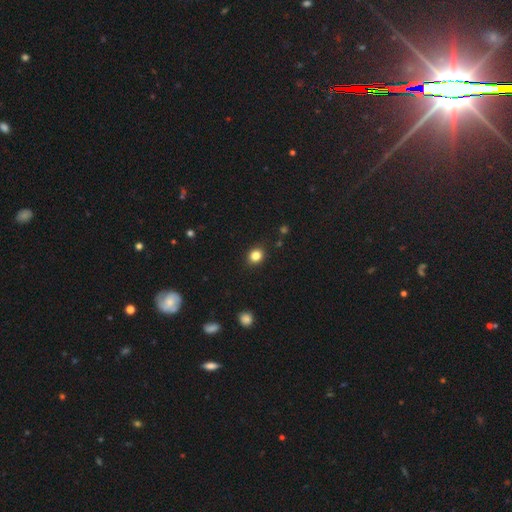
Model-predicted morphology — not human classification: smooth_or_featured: smooth (p=0.83) [alt: star or artifact p=0.12]
how_rounded: round (p=0.68) [alt: in between p=0.31]
merging: none (p=0.88) [alt: minor disturbance p=0.08]